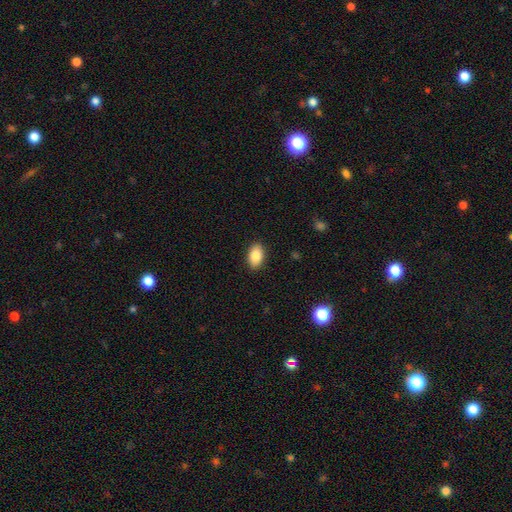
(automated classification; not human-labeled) smooth_or_featured: smooth (p=0.85) [alt: featured or disk p=0.07]
how_rounded: in between (p=0.91) [alt: round p=0.08]
merging: none (p=0.89) [alt: minor disturbance p=0.08]